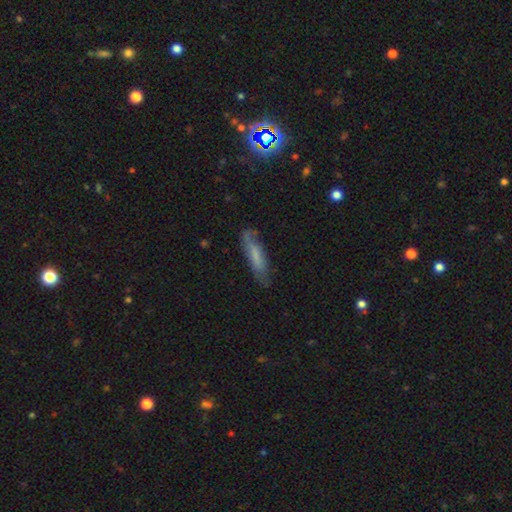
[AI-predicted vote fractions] Q: Smooth or featured?
A: smooth (59%); runner-up: featured or disk (34%)
Q: How rounded?
A: cigar-shaped (72%); runner-up: in between (27%)
Q: Merging?
A: none (66%); runner-up: minor disturbance (24%)